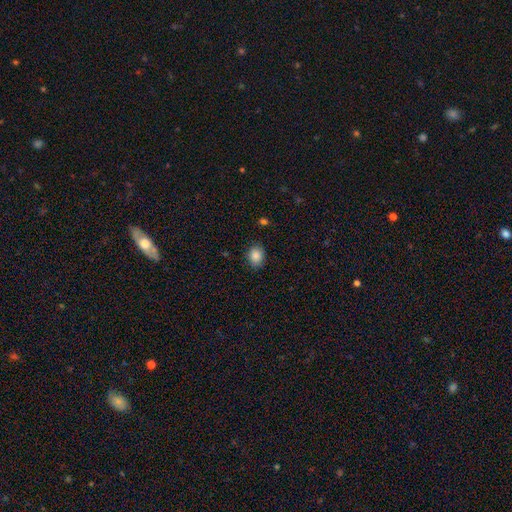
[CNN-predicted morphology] The model was most divided on "how rounded": round: 52%, in between: 47%, cigar-shaped: 1%. More confident: smooth or featured — smooth (87%); merging — none (84%).